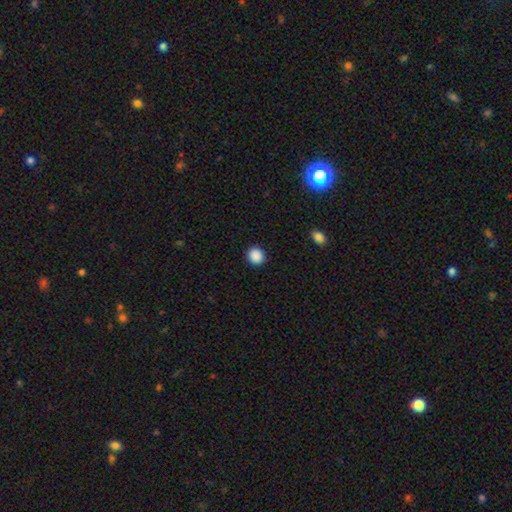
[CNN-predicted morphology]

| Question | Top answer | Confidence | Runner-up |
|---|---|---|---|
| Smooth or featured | smooth | 89% | star or artifact (9%) |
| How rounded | round | 85% | in between (14%) |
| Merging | none | 92% | minor disturbance (5%) |